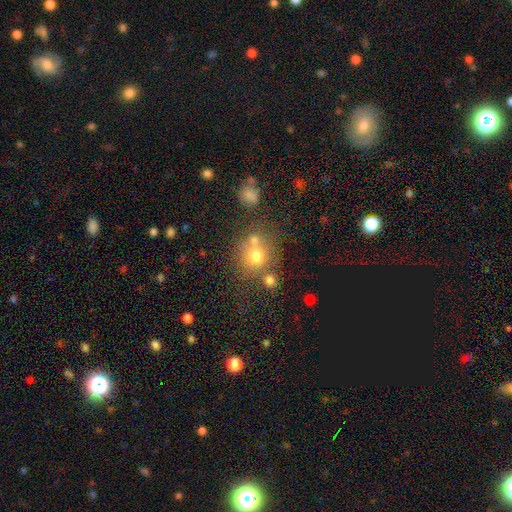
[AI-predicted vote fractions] Smooth or featured?
  - smooth: 70% *
  - star or artifact: 16%
  - featured or disk: 14%
How rounded?
  - round: 85% *
  - in between: 14%
  - cigar-shaped: 1%
Merging?
  - none: 56% *
  - merger: 27%
  - minor disturbance: 11%
  - major disturbance: 5%